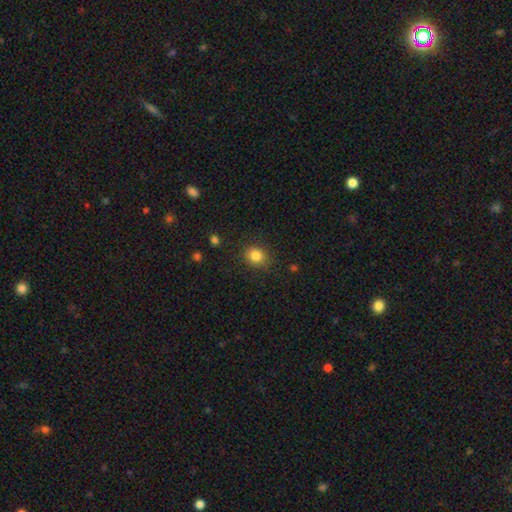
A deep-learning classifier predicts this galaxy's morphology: Smooth or featured? Predicted: smooth (p=0.84). How rounded? Predicted: round (p=0.75). Merging? Predicted: none (p=0.84).